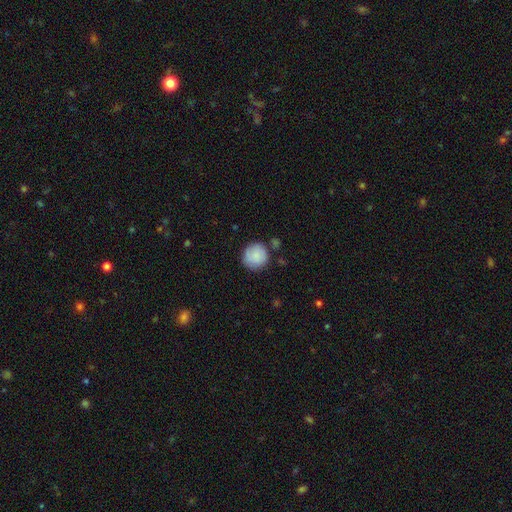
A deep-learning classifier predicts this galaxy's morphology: This appears to be a smooth galaxy with no disk features (84%) that is round (93%). Merging: none (77%).